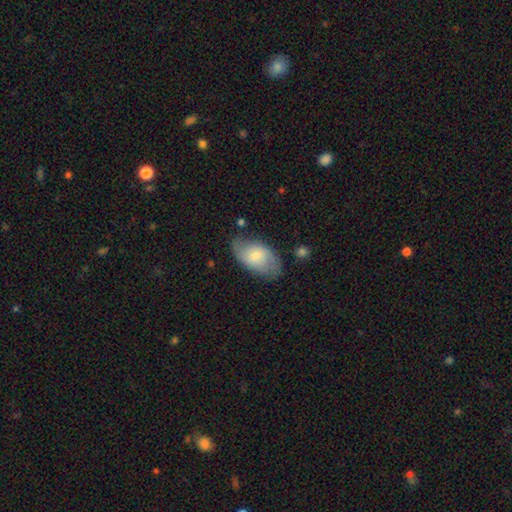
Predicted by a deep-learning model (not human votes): Q: Smooth or featured?
A: smooth (52%); runner-up: featured or disk (41%)
Q: How rounded?
A: in between (92%); runner-up: round (6%)
Q: Merging?
A: none (68%); runner-up: minor disturbance (23%)